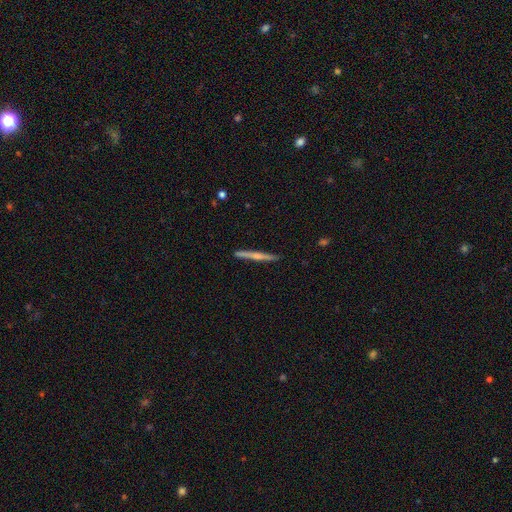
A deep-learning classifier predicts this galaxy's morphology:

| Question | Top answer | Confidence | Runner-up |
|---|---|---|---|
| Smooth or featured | featured or disk | 62% | smooth (33%) |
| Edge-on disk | yes | 98% | no (2%) |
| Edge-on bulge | rounded | 65% | none (27%) |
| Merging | none | 91% | minor disturbance (6%) |